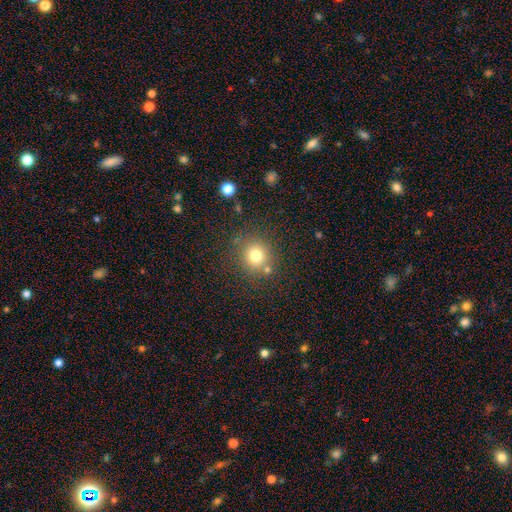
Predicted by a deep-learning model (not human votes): A smooth galaxy with no disk features (76%) that is round (90%).

Vote fractions:
- Smooth or featured? smooth: 76% / star or artifact: 15% / featured or disk: 9%
- How rounded? round: 90% / in between: 9% / cigar-shaped: 1%
- Merging? none: 78% / minor disturbance: 10% / merger: 9% / major disturbance: 4%